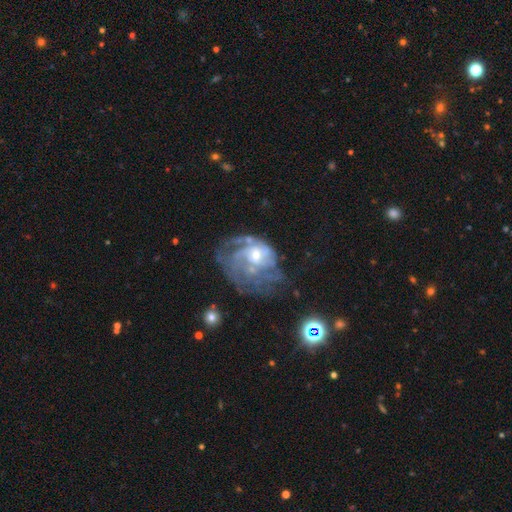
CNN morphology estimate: A featured or disk galaxy (79%) with no bar (75%), tight (44%) spiral arms (78%) and a small central bulge (55%).

Vote fractions:
- Smooth or featured? featured or disk: 79% / smooth: 13% / star or artifact: 8%
- Edge-on disk? no: 98% / yes: 2%
- Bar? no: 75% / weak: 22% / strong: 4%
- Spiral arms? yes: 78% / no: 22%
- Spiral winding? tight: 44% / medium: 37% / loose: 20%
- Spiral arm count? can't tell: 46% / 2: 19% / 3: 15% / 1: 8% / 4: 7% / more than 4: 5%
- Bulge size? small: 55% / moderate: 37% / large: 3% / none: 3% / dominant: 1%
- Merging? major disturbance: 40% / none: 33% / minor disturbance: 19% / merger: 8%